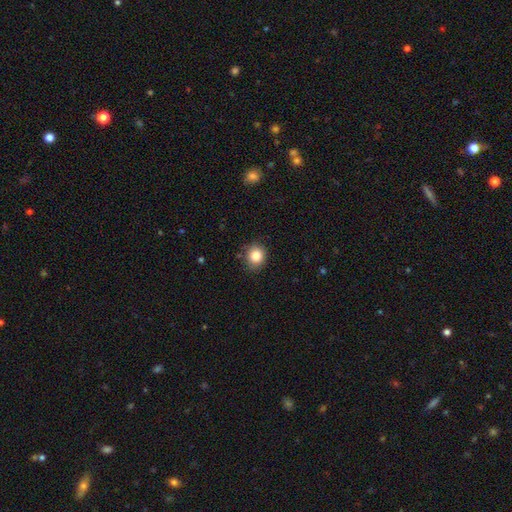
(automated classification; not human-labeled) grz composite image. It shows a smooth galaxy with no disk features (83%) that is round (83%). Merging: none (84%).